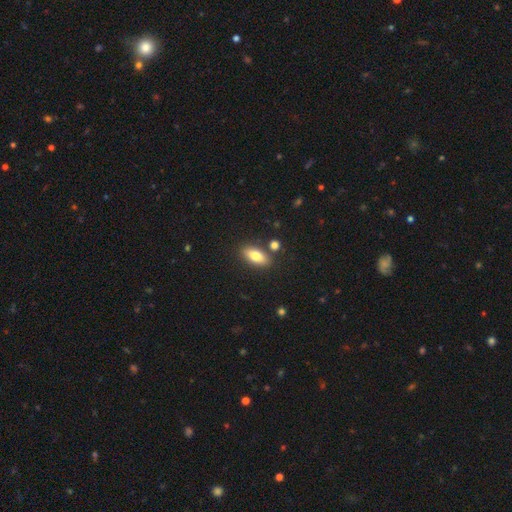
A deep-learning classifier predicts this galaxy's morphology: The model was most divided on "smooth or featured": smooth: 79%, featured or disk: 14%, star or artifact: 7%. More confident: how rounded — in between (84%); merging — none (81%).